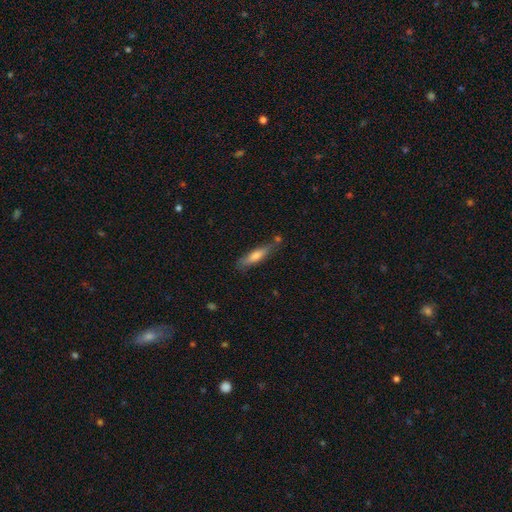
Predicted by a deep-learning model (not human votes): smooth 68%, featured or disk 26%, star or artifact 6%. Down the decision tree: how rounded — cigar-shaped (75%); merging — none (71%).